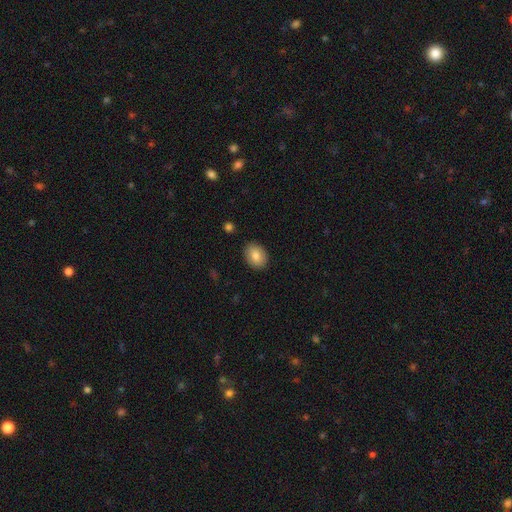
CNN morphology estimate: Overall: smooth (83%). How rounded: in between (68%; round 31%). Merging: none (88%).